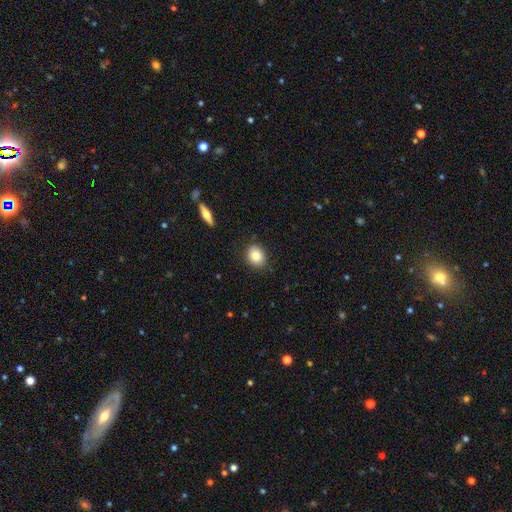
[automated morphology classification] Smooth or featured? smooth (84%)
How rounded? round (56%)
Merging? none (87%)